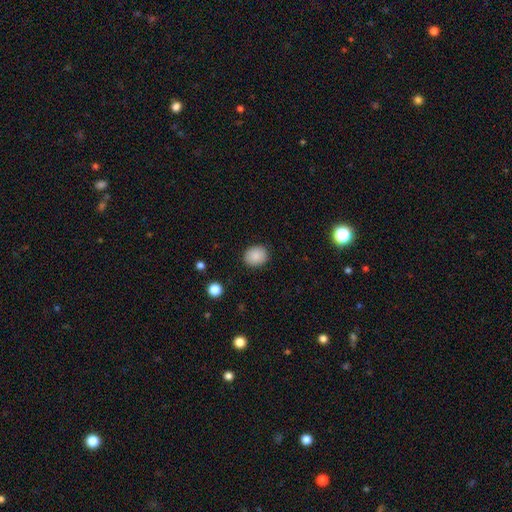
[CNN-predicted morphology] Smooth or featured? smooth (88%)
How rounded? round (66%)
Merging? none (88%)